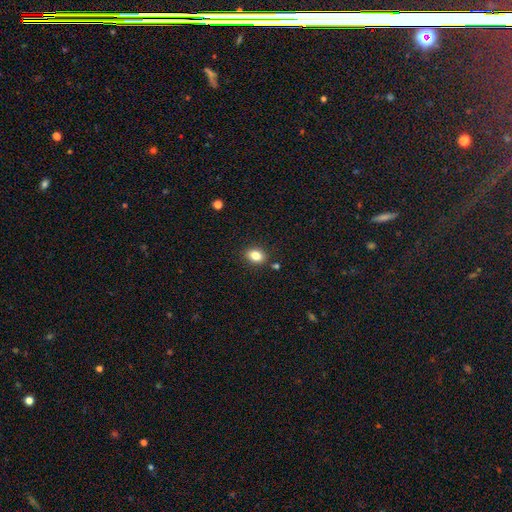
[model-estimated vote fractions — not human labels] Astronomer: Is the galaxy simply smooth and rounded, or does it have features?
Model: smooth — 83%.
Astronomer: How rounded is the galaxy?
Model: in between — 72%.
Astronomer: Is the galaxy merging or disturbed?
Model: none — 86%.